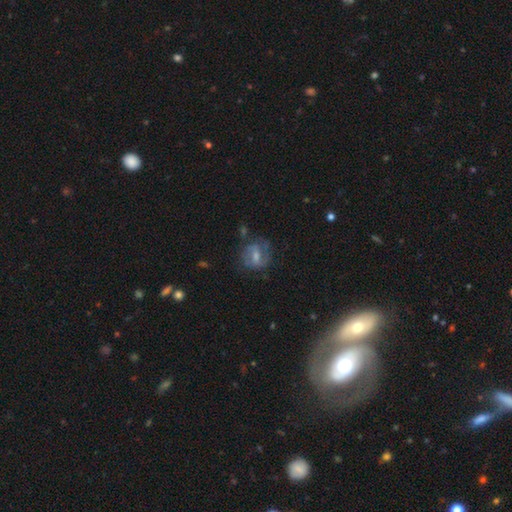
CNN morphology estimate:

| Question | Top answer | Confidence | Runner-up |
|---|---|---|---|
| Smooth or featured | featured or disk | 59% | smooth (26%) |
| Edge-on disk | no | 94% | yes (6%) |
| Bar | weak | 48% | strong (29%) |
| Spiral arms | yes | 74% | no (26%) |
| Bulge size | moderate | 45% | small (37%) |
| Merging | none | 71% | minor disturbance (17%) |